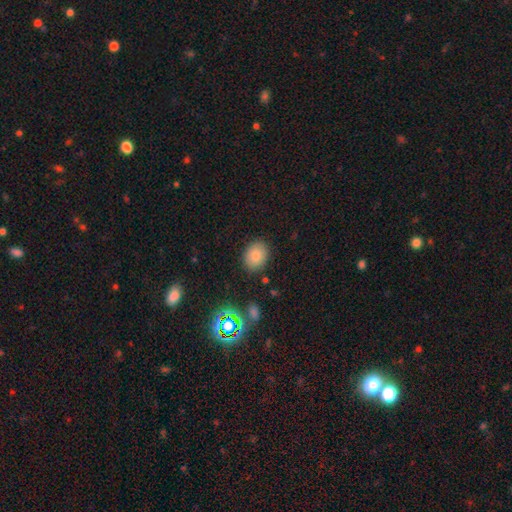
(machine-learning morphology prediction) smooth_or_featured: smooth (p=0.81) [alt: star or artifact p=0.11]
how_rounded: in between (p=0.57) [alt: round p=0.42]
merging: none (p=0.86) [alt: minor disturbance p=0.10]